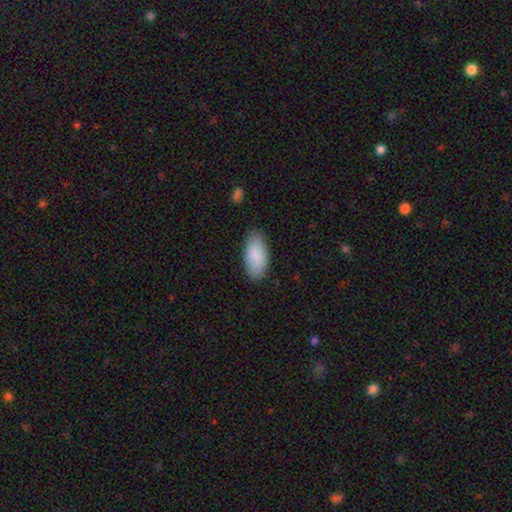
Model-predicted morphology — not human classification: Smooth or featured? smooth (89%)
How rounded? in between (92%)
Merging? none (84%)